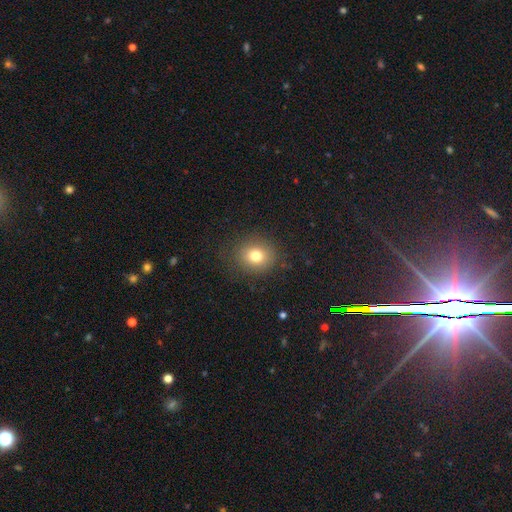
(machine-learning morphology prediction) This is likely a smooth galaxy (77%). How rounded: likely round (77%). Merging: clearly none (86%).